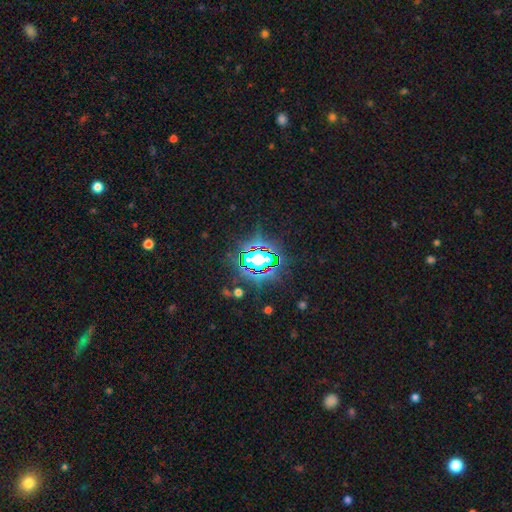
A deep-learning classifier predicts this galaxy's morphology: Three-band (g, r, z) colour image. It shows a star or artifact, not a galaxy (74%).